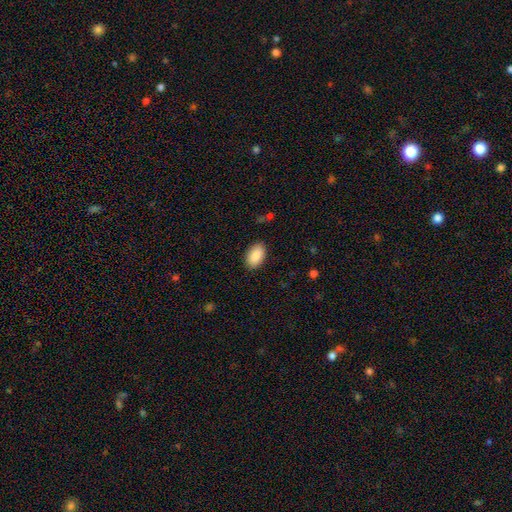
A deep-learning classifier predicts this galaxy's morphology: smooth-or-featured: smooth: 90% | star or artifact: 6% | featured or disk: 4%
  how-rounded: in between: 93% | round: 5% | cigar-shaped: 1%
  merging: none: 88% | minor disturbance: 9% | major disturbance: 2% | merger: 1%